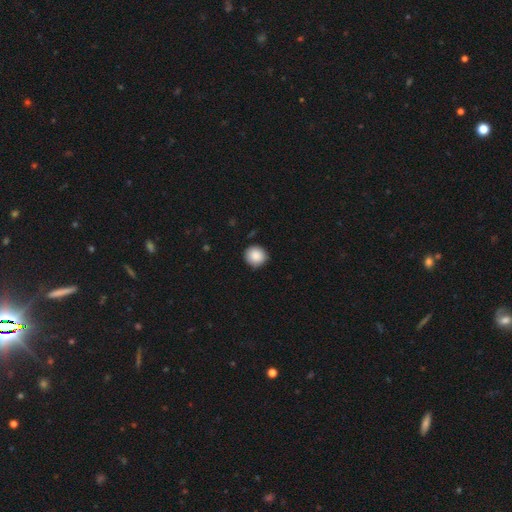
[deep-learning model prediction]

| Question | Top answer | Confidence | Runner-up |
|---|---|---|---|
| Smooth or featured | smooth | 89% | star or artifact (8%) |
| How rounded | round | 92% | in between (8%) |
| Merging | none | 88% | minor disturbance (9%) |